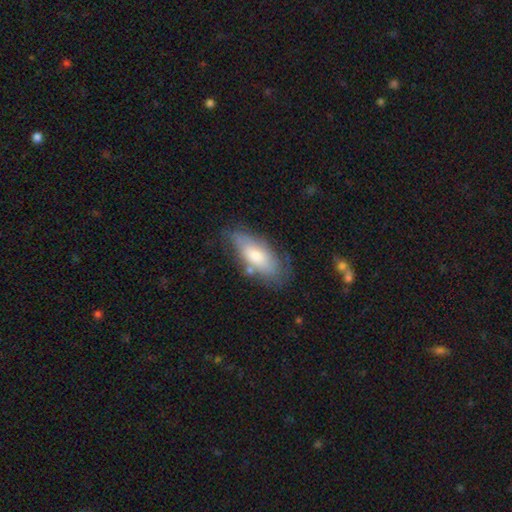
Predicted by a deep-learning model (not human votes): A smooth galaxy with no disk features (65%) that is in between round and cigar-shaped (80%). Merging: none (65%).